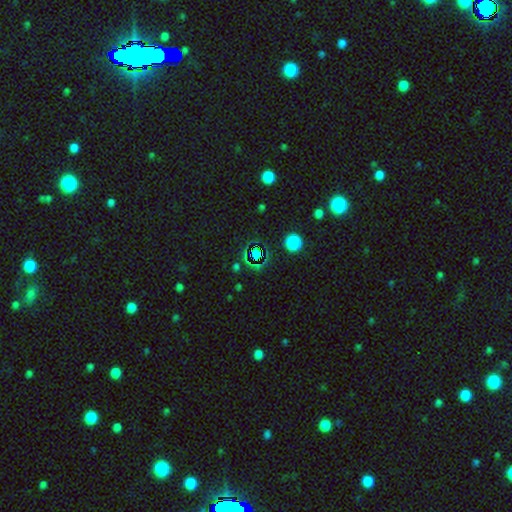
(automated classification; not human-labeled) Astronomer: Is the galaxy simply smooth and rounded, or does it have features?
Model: star or artifact — 71%.